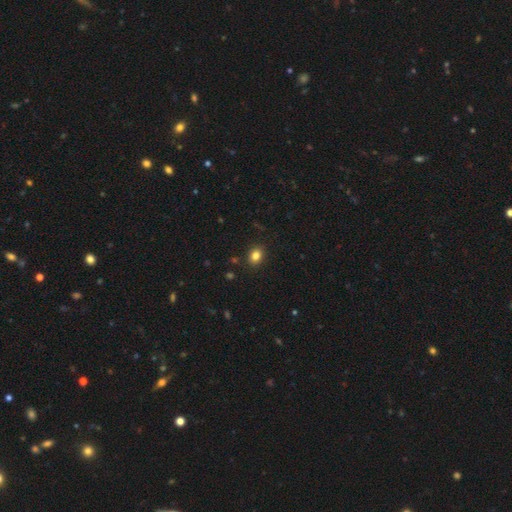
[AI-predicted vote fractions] A smooth galaxy with no disk features (83%) that is in between round and cigar-shaped (56%).

Vote fractions:
- Smooth or featured? smooth: 83% / star or artifact: 11% / featured or disk: 5%
- How rounded? in between: 56% / round: 43% / cigar-shaped: 1%
- Merging? none: 89% / minor disturbance: 8% / major disturbance: 2% / merger: 1%